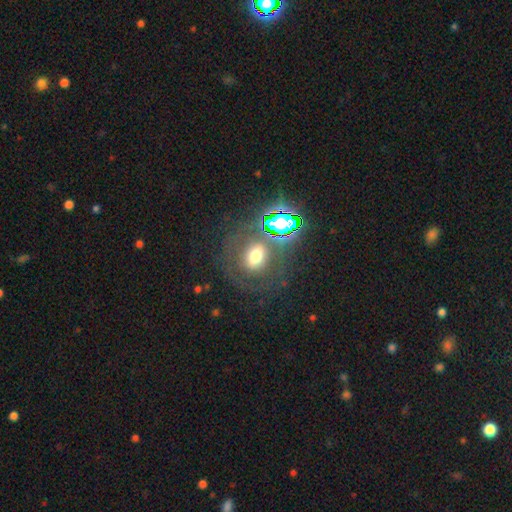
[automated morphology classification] Smooth or featured: smooth — 46% (star or artifact — 28%)
Merging: none — 67% (minor disturbance — 13%)